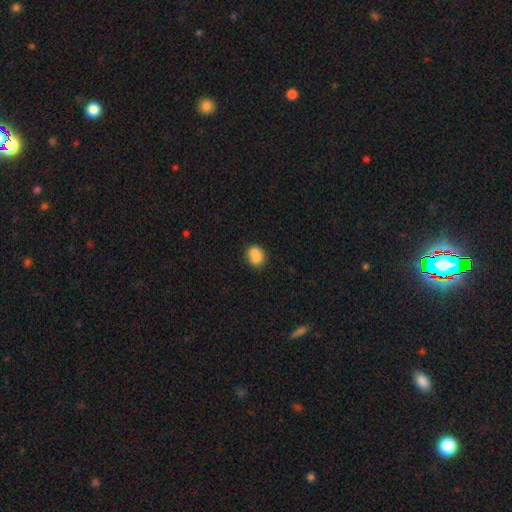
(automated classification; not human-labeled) Morphology: type=smooth (75%); roundness=round (71%); merging=merger (45%).